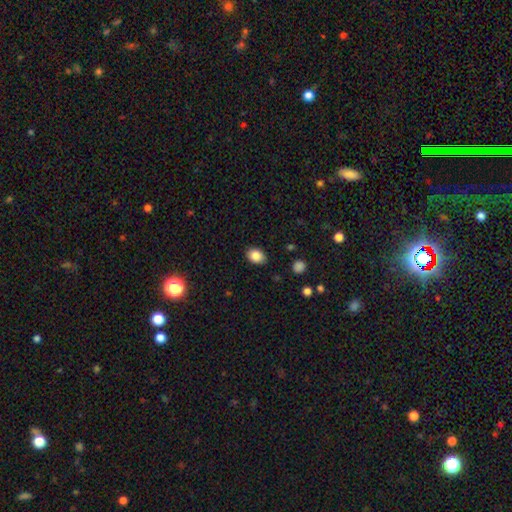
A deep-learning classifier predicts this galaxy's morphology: smooth 85%, star or artifact 9%, featured or disk 5%. Down the decision tree: how rounded — in between (66%); merging — none (86%).